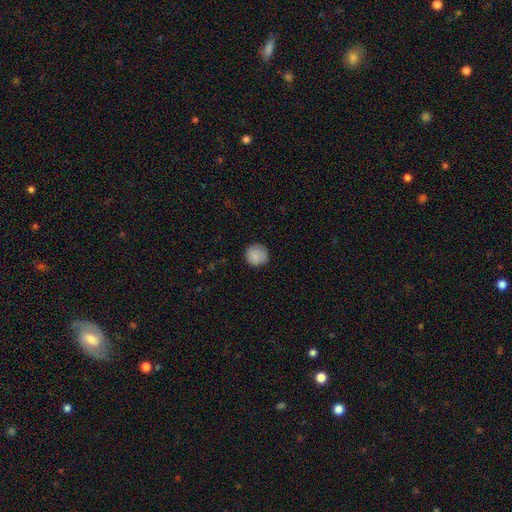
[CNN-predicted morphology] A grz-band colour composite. It shows a smooth galaxy with no disk features (86%) that is round (92%). Merging: none (85%).